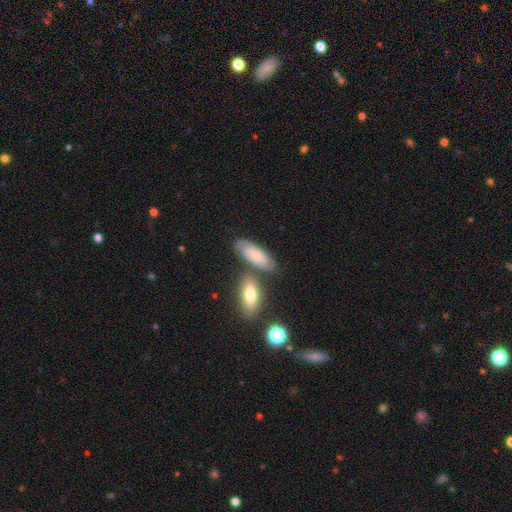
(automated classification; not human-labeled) The model was most divided on "smooth or featured": smooth: 50%, featured or disk: 43%, star or artifact: 7%. More confident: merging — none (64%).